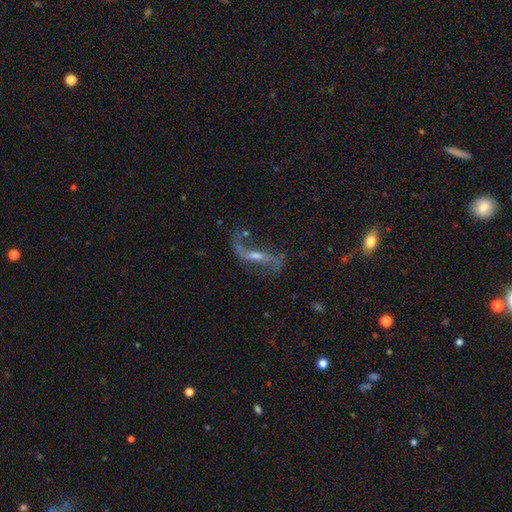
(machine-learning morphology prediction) The model was most divided on "bar": weak: 40%, strong: 35%, no: 25%. Remaining: spiral arms — yes (94%); edge-on disk — no (90%); spiral arm count — 2 (90%); spiral winding — loose (87%); smooth or featured — featured or disk (86%); merging — none (64%); bulge size — small (49%).